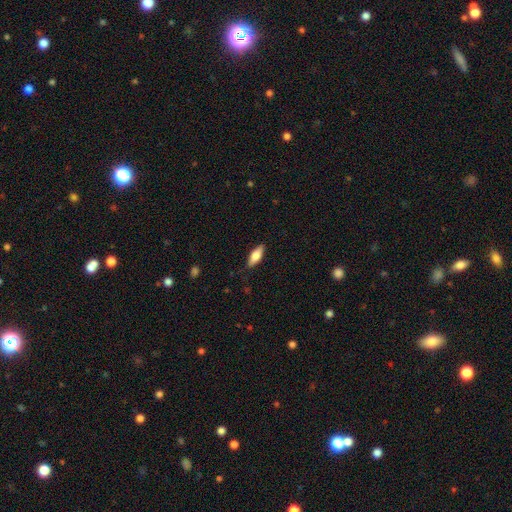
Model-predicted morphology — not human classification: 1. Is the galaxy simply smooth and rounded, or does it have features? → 74% smooth, 20% featured or disk, 6% star or artifact.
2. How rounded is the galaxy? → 69% in between, 29% cigar-shaped, 2% round.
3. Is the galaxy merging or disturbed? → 86% none, 11% minor disturbance, 2% major disturbance, 1% merger.